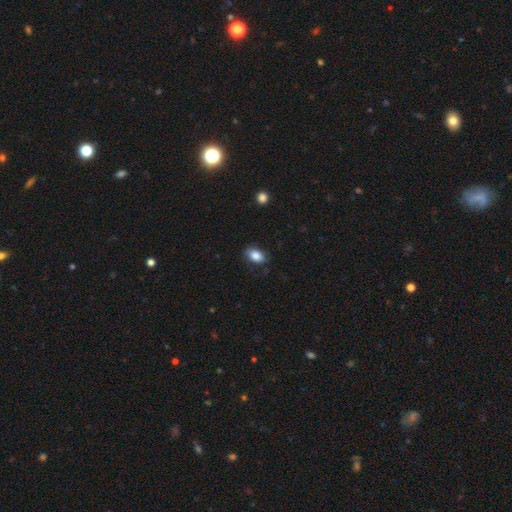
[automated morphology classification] The model was most divided on "merging": none: 81%, minor disturbance: 14%, major disturbance: 3%, merger: 1%. More confident: how rounded — in between (88%); smooth or featured — smooth (86%).